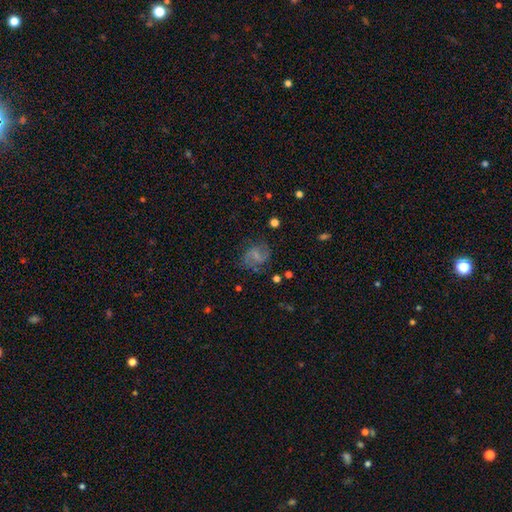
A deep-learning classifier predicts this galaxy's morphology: This appears to be a featured or disk galaxy (52%) with a weak bar (49%), spiral arms (81%) and a small central bulge (43%). Merging: none (64%).